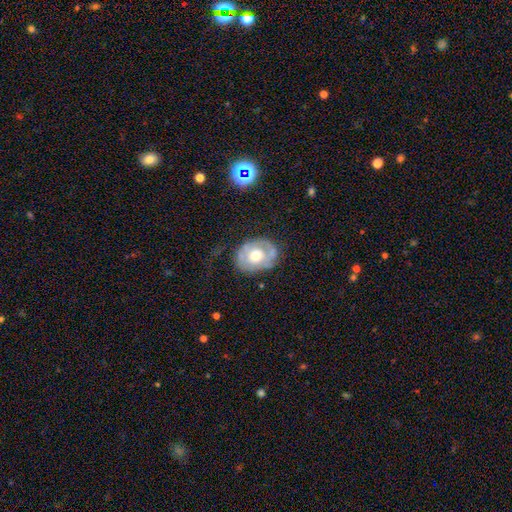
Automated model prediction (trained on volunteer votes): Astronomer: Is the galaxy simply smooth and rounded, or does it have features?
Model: featured or disk — 59% (runner-up: smooth, 34%).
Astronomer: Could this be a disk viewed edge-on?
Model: no — 95%.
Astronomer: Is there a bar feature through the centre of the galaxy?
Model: no — 83%.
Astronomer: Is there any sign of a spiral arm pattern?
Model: yes — 51% (runner-up: no, 49%).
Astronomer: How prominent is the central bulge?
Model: moderate — 68%.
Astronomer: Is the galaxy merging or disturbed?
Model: none — 64%.